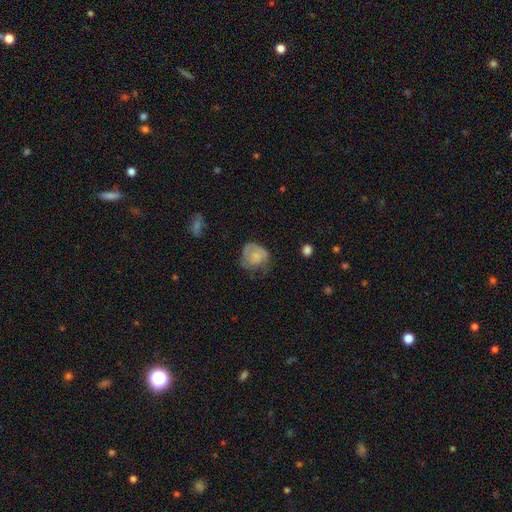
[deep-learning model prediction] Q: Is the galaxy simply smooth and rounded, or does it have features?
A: smooth — 63%.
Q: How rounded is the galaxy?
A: round — 67%.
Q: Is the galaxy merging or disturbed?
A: none — 45%.